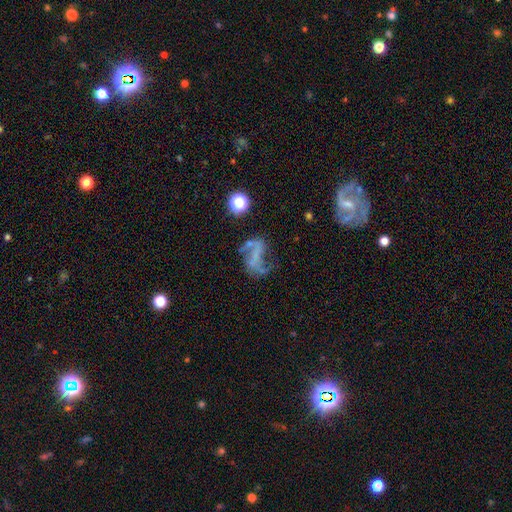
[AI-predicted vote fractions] Morphology: type=featured or disk (67%); edge-on=no (96%); bar=no (45%); spiral arms=yes (71%); bulge=none (74%); merging=none (40%).